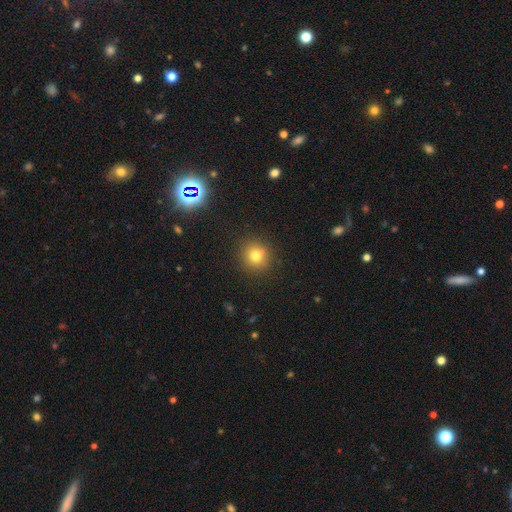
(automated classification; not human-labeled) The model was most divided on "smooth or featured": smooth: 76%, star or artifact: 15%, featured or disk: 9%. More confident: how rounded — round (91%); merging — none (84%).